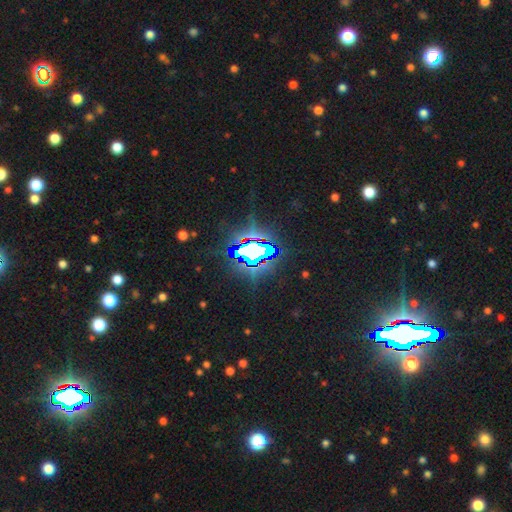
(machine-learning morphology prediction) Overall: star or artifact (77%).